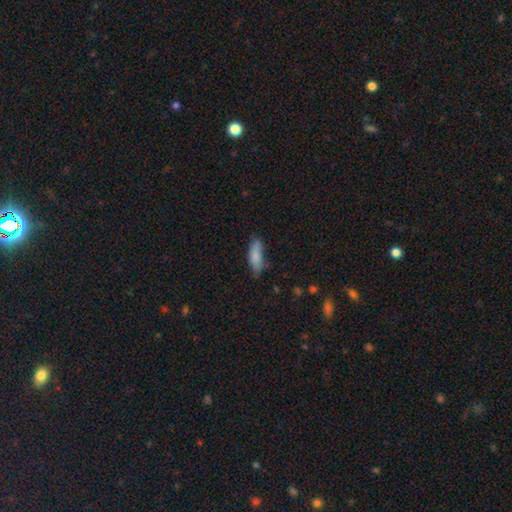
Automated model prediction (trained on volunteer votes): Smooth or featured? smooth (83%)
How rounded? in between (61%)
Merging? none (65%)